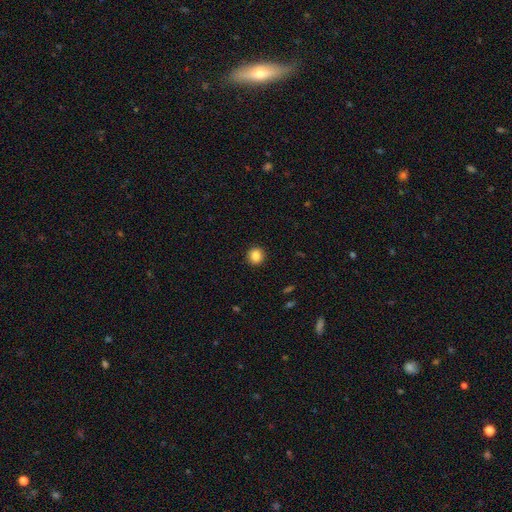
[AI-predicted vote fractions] Q: Smooth or featured?
A: smooth (86%); runner-up: star or artifact (9%)
Q: How rounded?
A: round (89%); runner-up: in between (10%)
Q: Merging?
A: none (92%); runner-up: minor disturbance (5%)